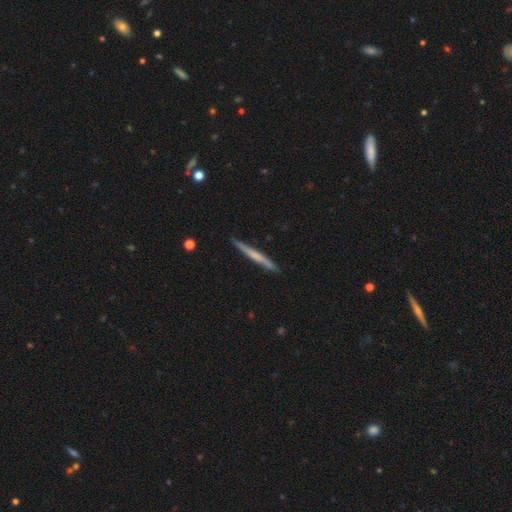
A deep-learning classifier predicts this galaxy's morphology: Smooth or featured?
  - smooth: 49% *
  - featured or disk: 46%
  - star or artifact: 5%
Merging?
  - none: 89% *
  - minor disturbance: 8%
  - major disturbance: 1%
  - merger: 1%